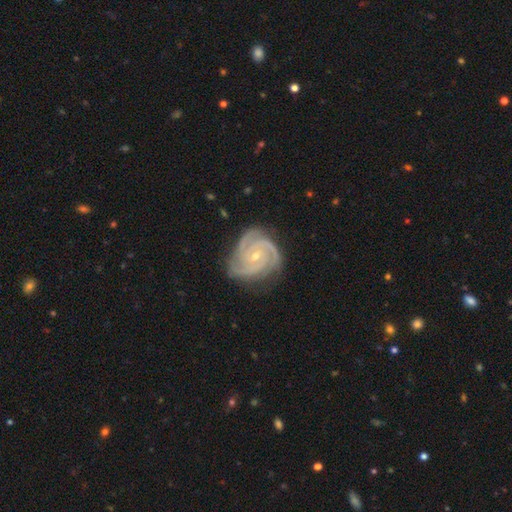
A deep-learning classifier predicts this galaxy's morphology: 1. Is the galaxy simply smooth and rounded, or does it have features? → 92% featured or disk, 4% star or artifact, 4% smooth.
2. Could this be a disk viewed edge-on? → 98% no, 2% yes.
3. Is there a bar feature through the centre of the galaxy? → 68% no, 24% weak, 8% strong.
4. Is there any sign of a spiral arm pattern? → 99% yes, 1% no.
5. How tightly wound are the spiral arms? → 68% tight, 29% medium, 3% loose.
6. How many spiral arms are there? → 68% 3, 12% 4, 10% 2, 4% can't tell, 3% more than 4, 3% 1.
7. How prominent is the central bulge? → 70% small, 27% moderate, 1% none, 1% large, 1% dominant.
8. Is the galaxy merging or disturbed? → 74% none, 19% minor disturbance, 5% major disturbance, 1% merger.